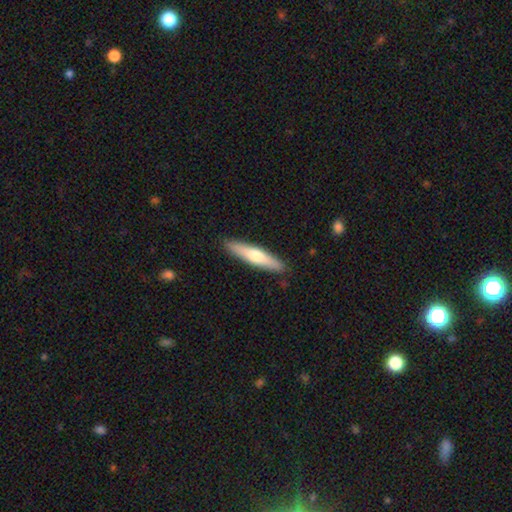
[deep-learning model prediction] This is possibly a smooth galaxy (58%). How rounded: clearly cigar-shaped (86%). Merging: clearly none (90%).